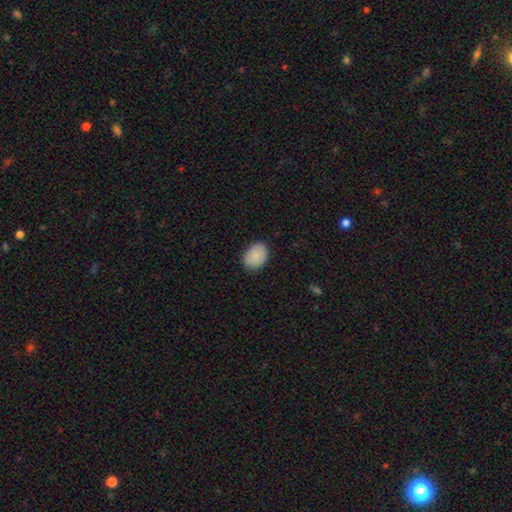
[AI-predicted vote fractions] smooth 87%, star or artifact 7%, featured or disk 6%. Down the decision tree: how rounded — in between (73%); merging — none (83%).